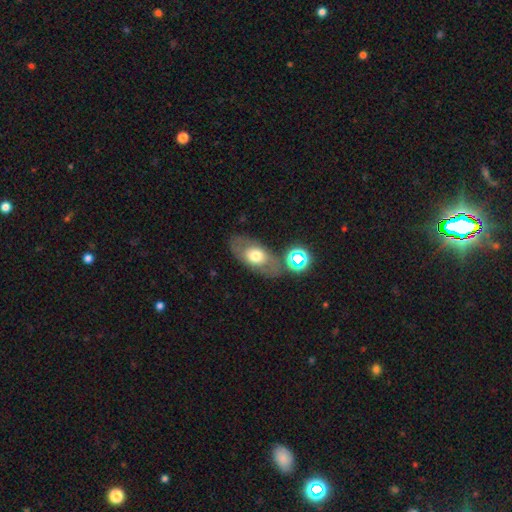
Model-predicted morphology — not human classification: Smooth or featured? Predicted: smooth (p=0.54). How rounded? Predicted: in between (p=0.82). Merging? Predicted: none (p=0.70).